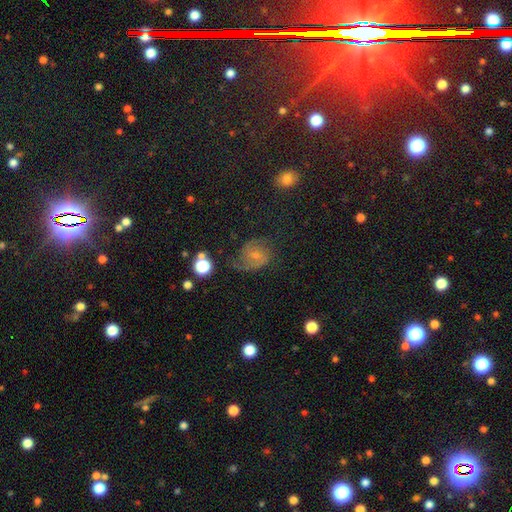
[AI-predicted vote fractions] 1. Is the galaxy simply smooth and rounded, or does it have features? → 62% featured or disk, 24% smooth, 14% star or artifact.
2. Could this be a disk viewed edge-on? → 97% no, 3% yes.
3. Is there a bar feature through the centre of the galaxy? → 48% no, 43% weak, 9% strong.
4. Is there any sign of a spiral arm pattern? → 90% yes, 10% no.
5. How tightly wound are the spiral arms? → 49% medium, 30% loose, 22% tight.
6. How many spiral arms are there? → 72% 2, 12% can't tell, 9% 1, 4% 3, 2% 4, 2% more than 4.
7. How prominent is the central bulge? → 58% small, 33% moderate, 6% none, 2% large, 1% dominant.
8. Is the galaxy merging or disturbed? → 56% none, 23% minor disturbance, 18% major disturbance, 3% merger.